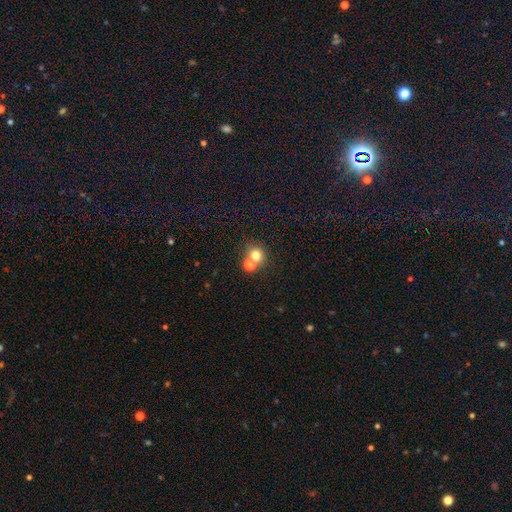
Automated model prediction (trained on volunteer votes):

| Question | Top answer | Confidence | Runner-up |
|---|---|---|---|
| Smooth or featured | smooth | 73% | star or artifact (16%) |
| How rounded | round | 83% | in between (16%) |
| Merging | none | 52% | merger (39%) |